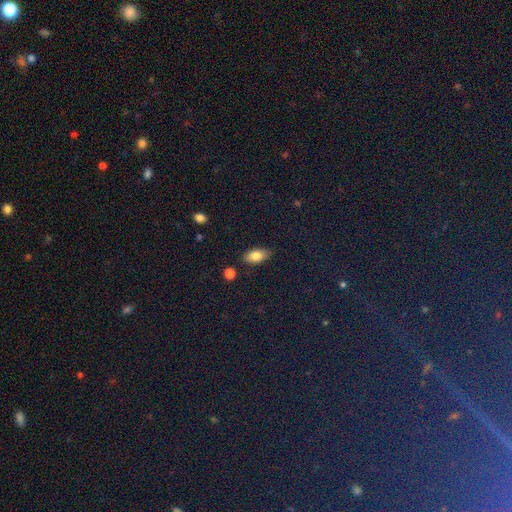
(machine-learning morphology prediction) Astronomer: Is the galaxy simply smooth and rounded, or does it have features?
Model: smooth — 82%.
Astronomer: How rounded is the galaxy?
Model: in between — 89%.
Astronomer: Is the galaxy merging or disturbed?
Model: none — 83%.